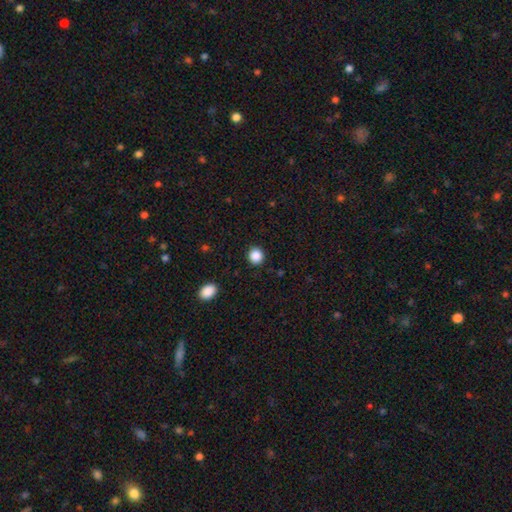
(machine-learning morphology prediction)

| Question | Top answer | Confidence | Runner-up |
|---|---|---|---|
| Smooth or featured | smooth | 87% | star or artifact (10%) |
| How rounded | round | 89% | in between (10%) |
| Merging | none | 91% | minor disturbance (6%) |